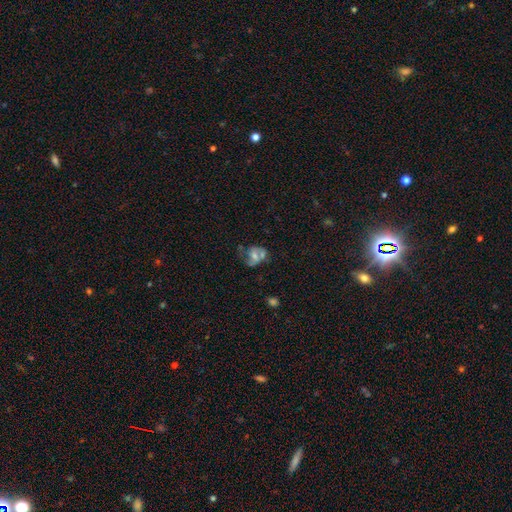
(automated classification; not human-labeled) Morphology: type=featured or disk (52%); edge-on=no (97%); bar=no (64%); spiral arms=yes (51%); bulge=moderate (56%); merging=none (30%).